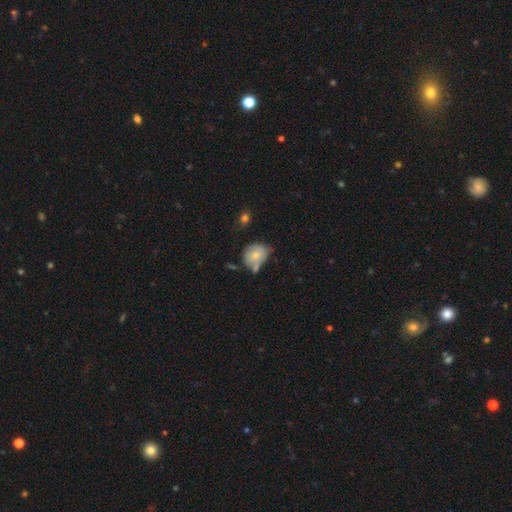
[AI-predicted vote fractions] This is likely a smooth galaxy (69%). How rounded: possibly round (58%). Merging: marginally none (39%).